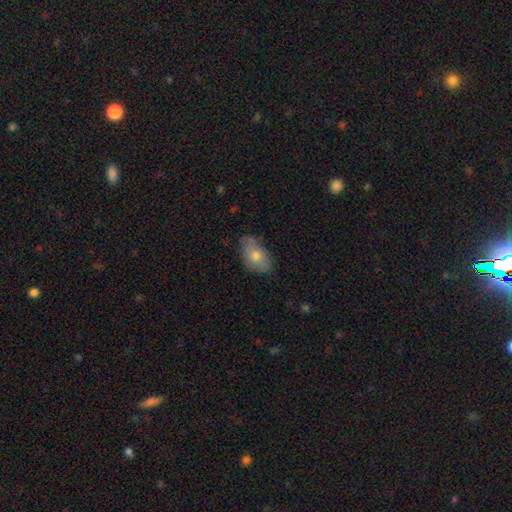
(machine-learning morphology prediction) Smooth or featured?
  - smooth: 70% *
  - featured or disk: 23%
  - star or artifact: 8%
How rounded?
  - in between: 89% *
  - round: 9%
  - cigar-shaped: 2%
Merging?
  - none: 69% *
  - minor disturbance: 25%
  - major disturbance: 4%
  - merger: 2%